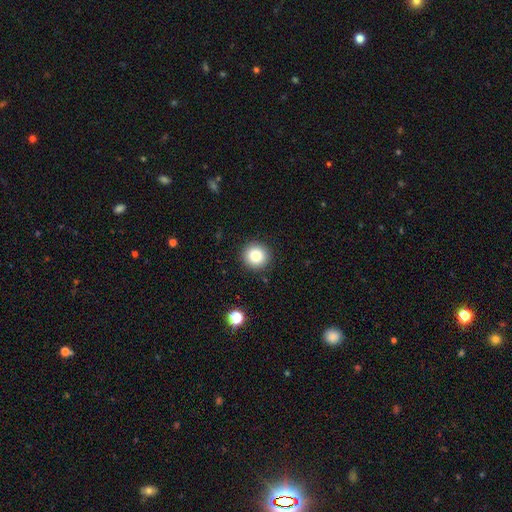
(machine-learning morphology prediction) Smooth or featured? smooth (82%)
How rounded? round (94%)
Merging? none (91%)